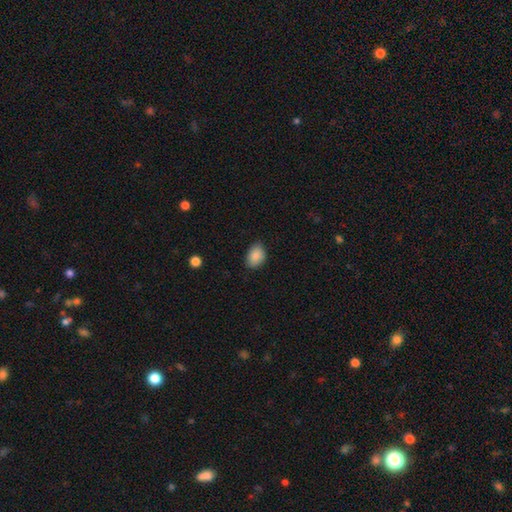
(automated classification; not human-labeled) Smooth or featured? Predicted: smooth (p=0.88). How rounded? Predicted: in between (p=0.78). Merging? Predicted: none (p=0.81).